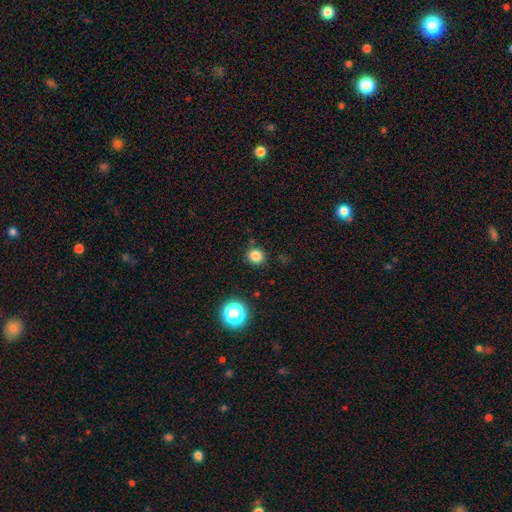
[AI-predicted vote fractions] A smooth galaxy with no disk features (82%) that is round (88%).

Vote fractions:
- Smooth or featured? smooth: 82% / star or artifact: 15% / featured or disk: 4%
- How rounded? round: 88% / in between: 11% / cigar-shaped: 1%
- Merging? none: 86% / minor disturbance: 9% / major disturbance: 3% / merger: 2%